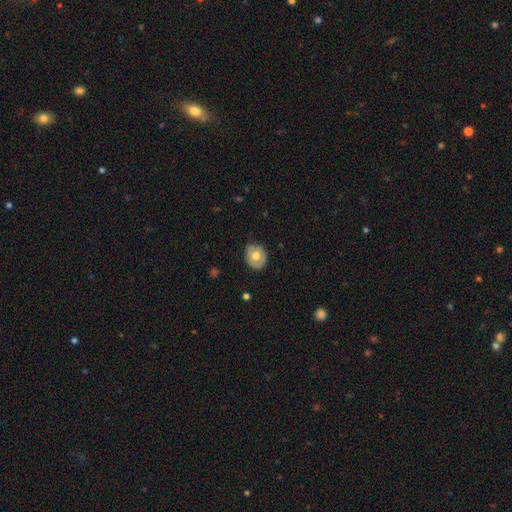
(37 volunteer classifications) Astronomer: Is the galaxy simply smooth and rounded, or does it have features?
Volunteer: smooth — 65%.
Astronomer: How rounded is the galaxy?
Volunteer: round — 71%.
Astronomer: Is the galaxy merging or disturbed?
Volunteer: none — 57%.